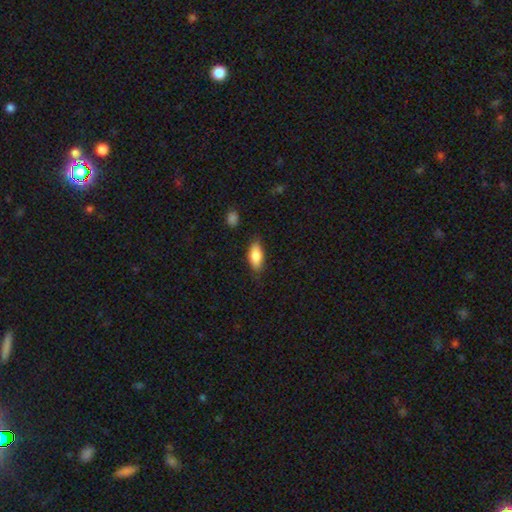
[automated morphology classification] Smooth or featured?
  - smooth: 83% *
  - featured or disk: 10%
  - star or artifact: 7%
How rounded?
  - in between: 82% *
  - cigar-shaped: 15%
  - round: 3%
Merging?
  - none: 74% *
  - minor disturbance: 20%
  - major disturbance: 4%
  - merger: 2%